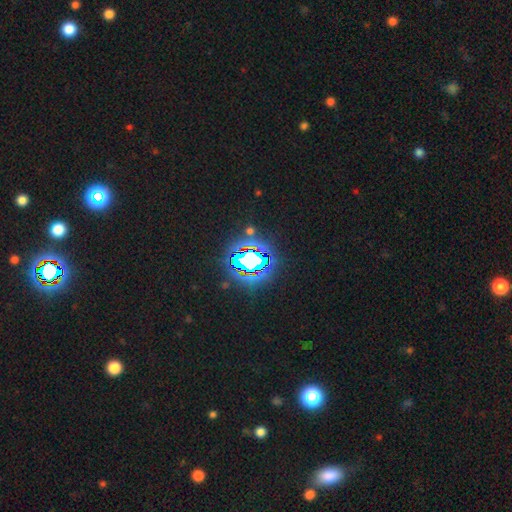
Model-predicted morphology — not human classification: star or artifact 79%, smooth 12%, featured or disk 9%.